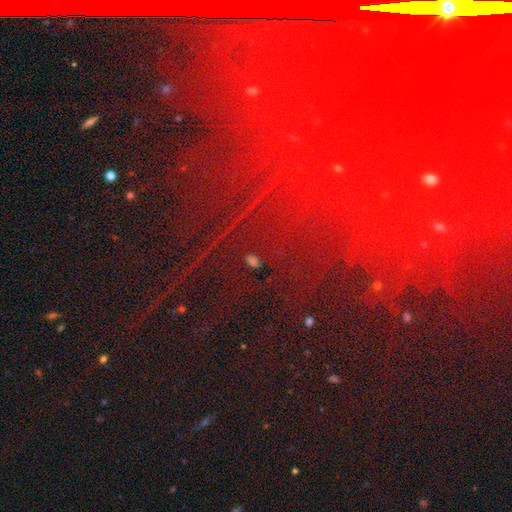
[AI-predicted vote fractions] A star or artifact, not a galaxy (80%).

Vote fractions:
- Smooth or featured? star or artifact: 80% / featured or disk: 10% / smooth: 9%